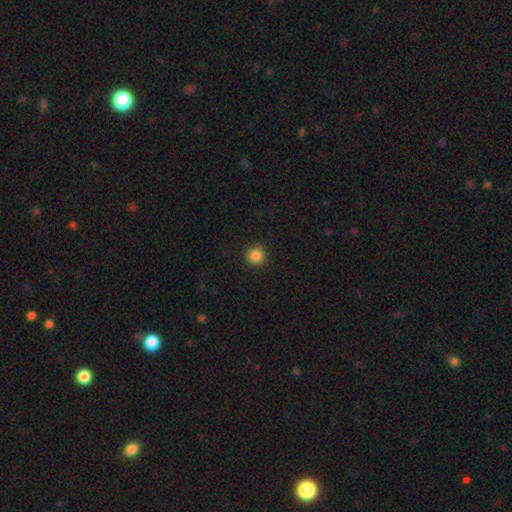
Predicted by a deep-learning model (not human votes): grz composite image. It shows a smooth galaxy with no disk features (85%) that is round (94%). Merging: none (87%).